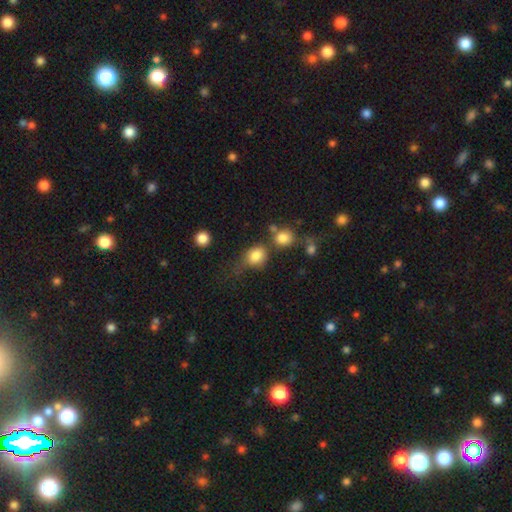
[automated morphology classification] Smooth or featured? Predicted: smooth (p=0.83). How rounded? Predicted: round (p=0.62). Merging? Predicted: none (p=0.47).